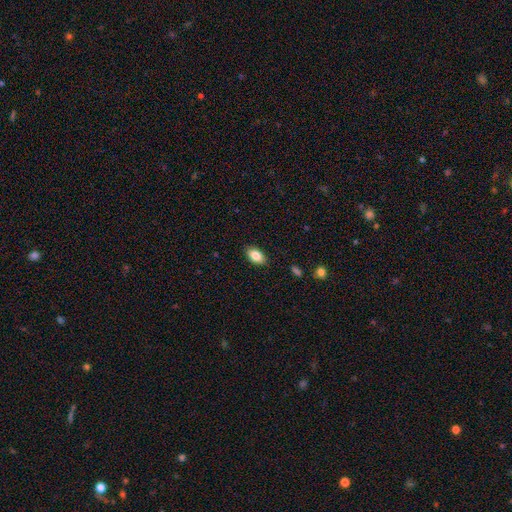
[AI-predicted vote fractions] A smooth galaxy with no disk features (85%) that is in between round and cigar-shaped (92%). Merging: none (88%).